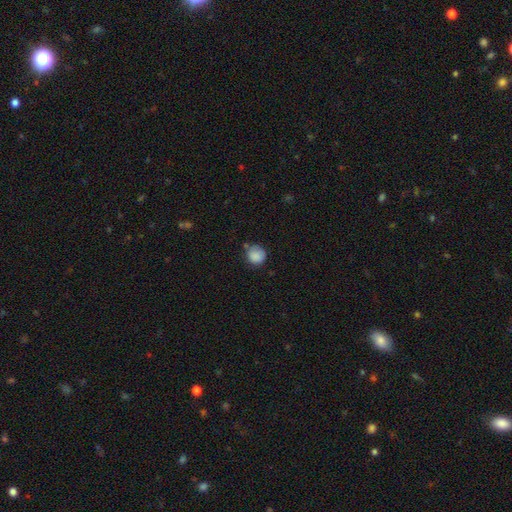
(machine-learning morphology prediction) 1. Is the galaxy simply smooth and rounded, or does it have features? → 86% smooth, 9% star or artifact, 6% featured or disk.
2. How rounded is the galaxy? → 88% round, 11% in between, 1% cigar-shaped.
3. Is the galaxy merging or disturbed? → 62% none, 25% minor disturbance, 7% merger, 6% major disturbance.